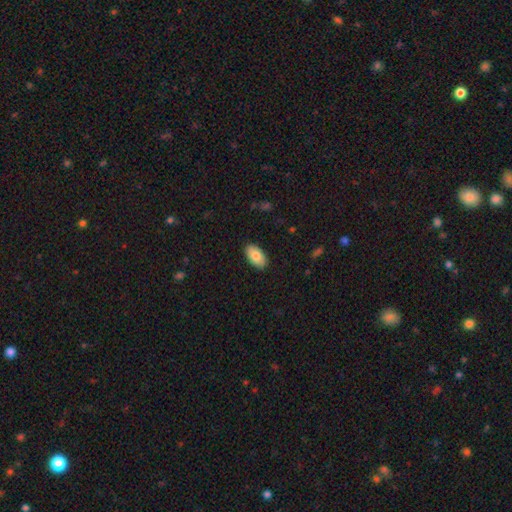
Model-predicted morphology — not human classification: This is clearly a smooth galaxy (82%). How rounded: clearly in between (95%). Merging: clearly none (89%).